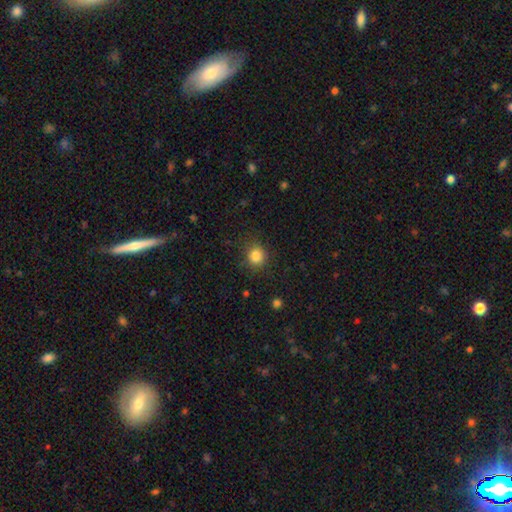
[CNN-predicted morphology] This appears to be a smooth galaxy with no disk features (84%) that is round (87%). Merging: none (84%).